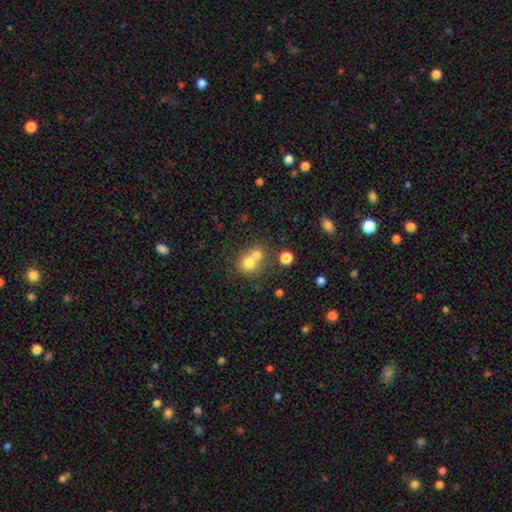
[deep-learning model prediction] Morphology: type=smooth (66%); roundness=round (81%); merging=merger (51%).